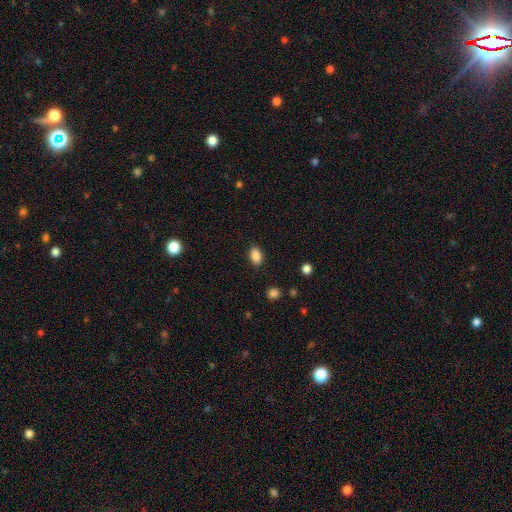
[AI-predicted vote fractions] The model was most divided on "how rounded": in between: 87%, round: 11%, cigar-shaped: 2%. More confident: smooth or featured — smooth (87%); merging — none (87%).